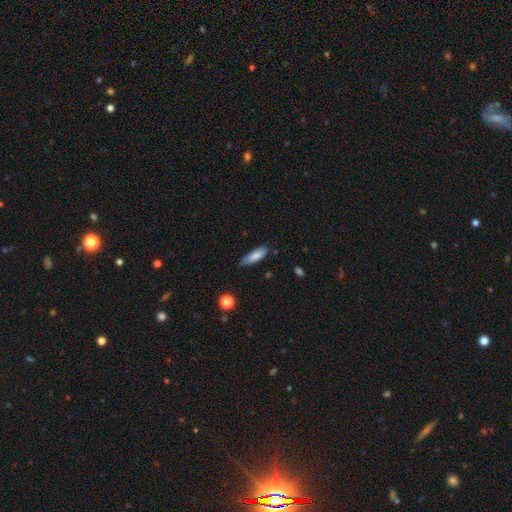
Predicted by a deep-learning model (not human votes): Smooth or featured: smooth — 81% (featured or disk — 12%)
How rounded: in between — 53% (cigar-shaped — 45%)
Merging: none — 68% (minor disturbance — 26%)